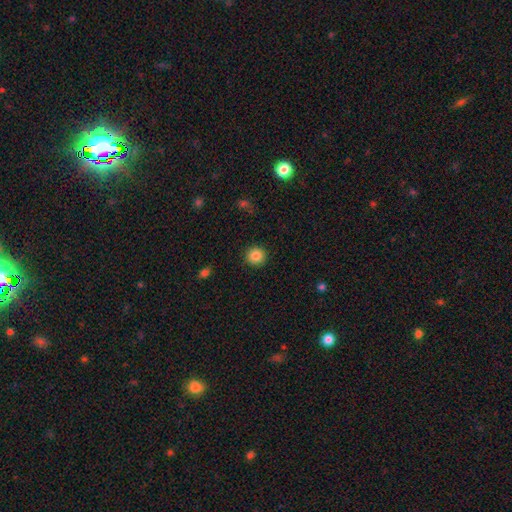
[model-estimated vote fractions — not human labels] Overall: smooth (85%). How rounded: round (93%). Merging: none (92%).